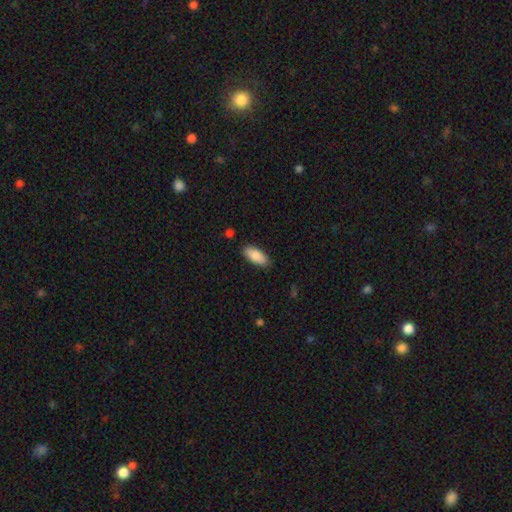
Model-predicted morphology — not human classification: A smooth galaxy with no disk features (87%) that is in between round and cigar-shaped (87%). Merging: none (86%).